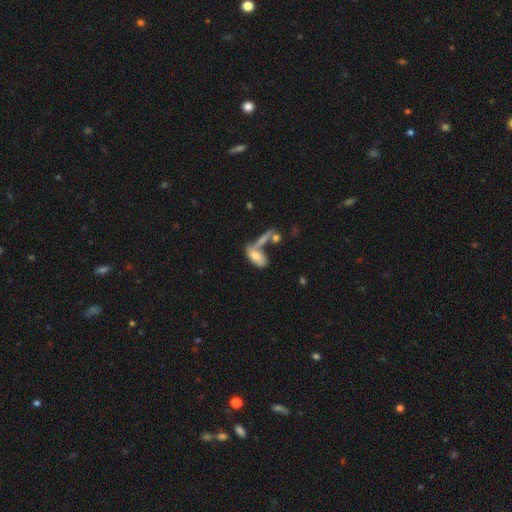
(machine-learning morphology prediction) Overall: smooth (62%; featured or disk 29%). How rounded: in between (82%). Merging: merger (45%; none 28%).